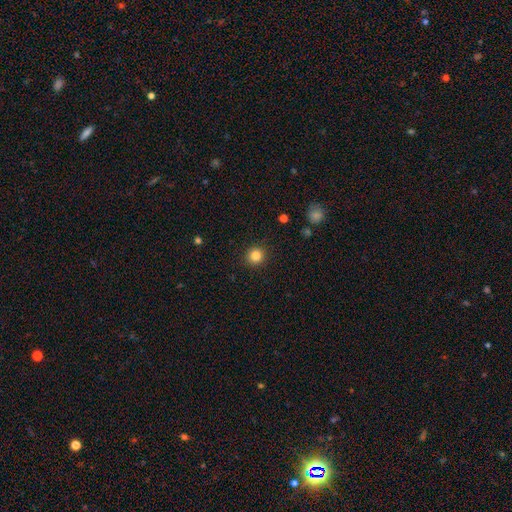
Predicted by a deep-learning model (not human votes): The model was most divided on "smooth or featured": smooth: 84%, star or artifact: 11%, featured or disk: 5%. More confident: how rounded — round (94%); merging — none (92%).